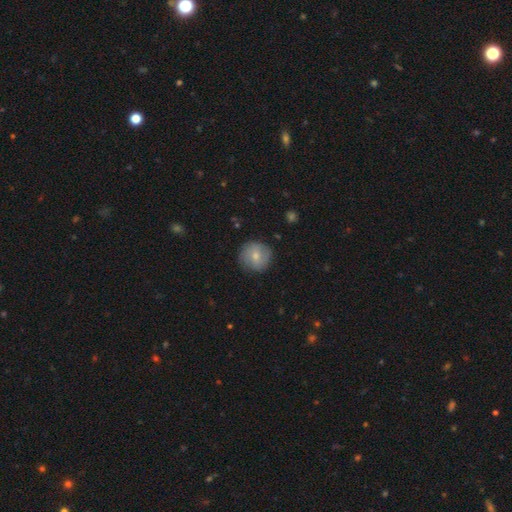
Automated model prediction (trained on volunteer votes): A smooth galaxy with no disk features (65%) that is round (92%). Merging: none (82%).